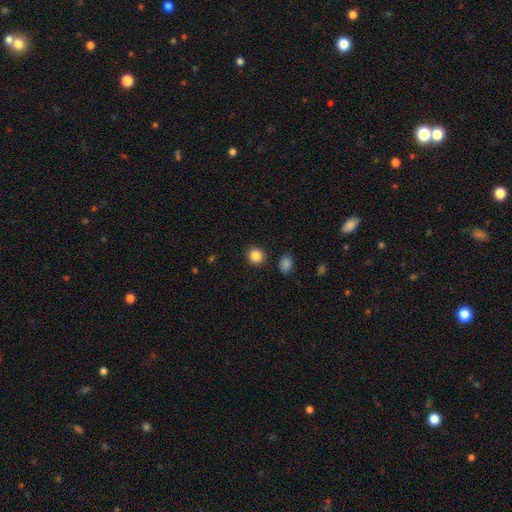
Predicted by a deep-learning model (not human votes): Smooth or featured?
  - smooth: 87% *
  - star or artifact: 10%
  - featured or disk: 3%
How rounded?
  - round: 88% *
  - in between: 11%
  - cigar-shaped: 1%
Merging?
  - none: 90% *
  - minor disturbance: 6%
  - merger: 2%
  - major disturbance: 2%